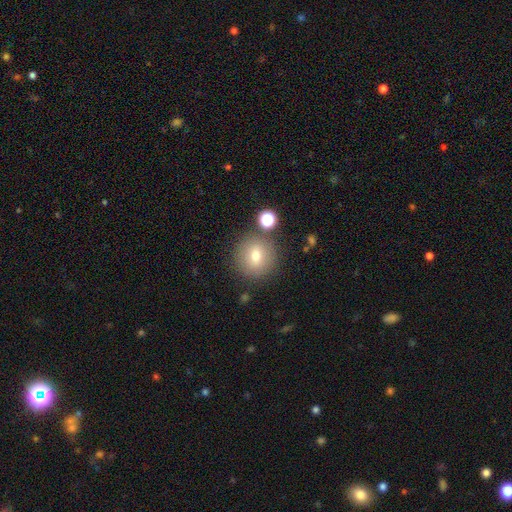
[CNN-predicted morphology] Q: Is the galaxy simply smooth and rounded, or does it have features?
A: smooth — 71%.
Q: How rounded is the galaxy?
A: round — 92%.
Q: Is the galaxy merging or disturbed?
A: none — 81%.